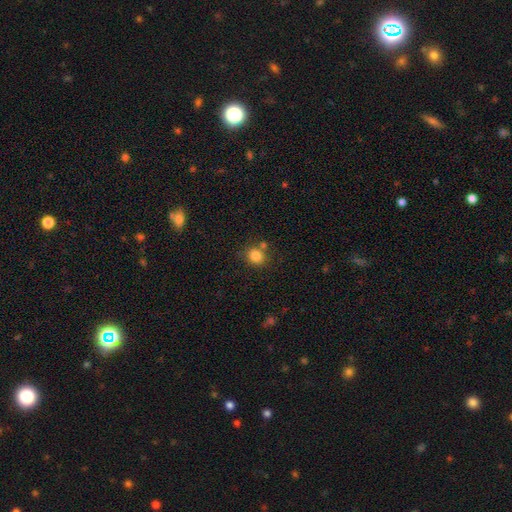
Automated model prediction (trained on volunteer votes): This is clearly a smooth galaxy (83%). How rounded: likely round (76%). Merging: likely none (72%).